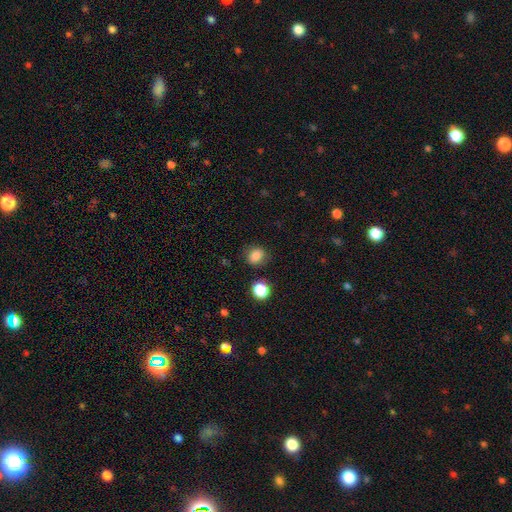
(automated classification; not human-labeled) The model was most divided on "how rounded": round: 59%, in between: 40%, cigar-shaped: 1%. More confident: smooth or featured — smooth (83%); merging — none (78%).